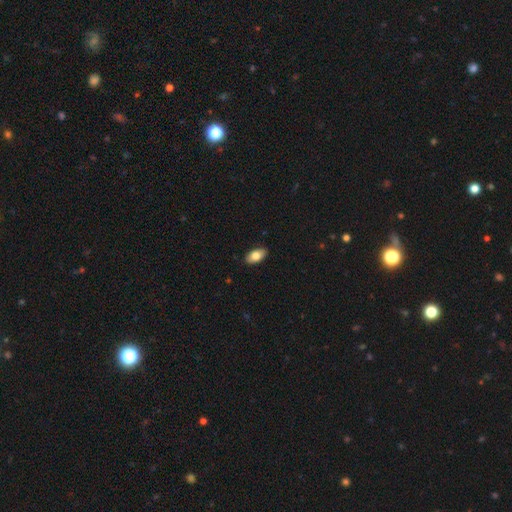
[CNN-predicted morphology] smooth-or-featured: smooth: 82% | featured or disk: 12% | star or artifact: 7%
  how-rounded: in between: 93% | round: 4% | cigar-shaped: 3%
  merging: none: 89% | minor disturbance: 8% | major disturbance: 2% | merger: 1%